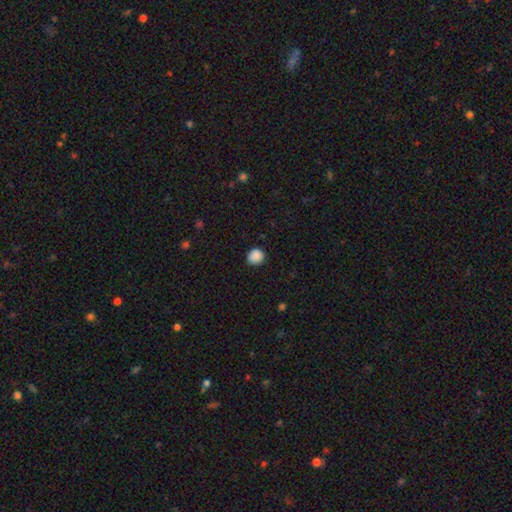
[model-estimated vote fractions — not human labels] Smooth or featured?
  - smooth: 88% *
  - star or artifact: 9%
  - featured or disk: 2%
How rounded?
  - round: 83% *
  - in between: 16%
  - cigar-shaped: 1%
Merging?
  - none: 87% *
  - minor disturbance: 10%
  - major disturbance: 2%
  - merger: 1%